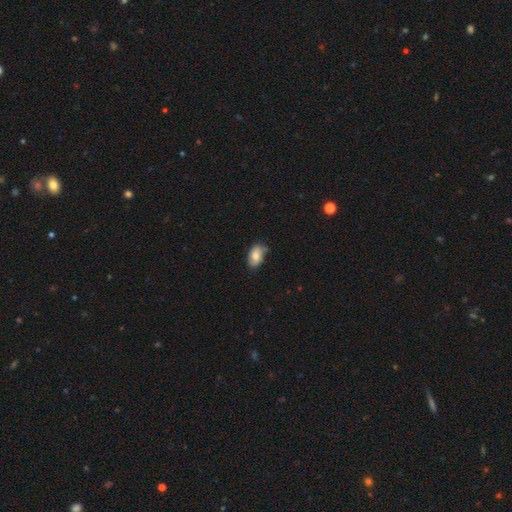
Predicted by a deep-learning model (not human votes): Smooth or featured: smooth — 77% (featured or disk — 16%)
How rounded: in between — 92% (round — 6%)
Merging: none — 72% (minor disturbance — 22%)